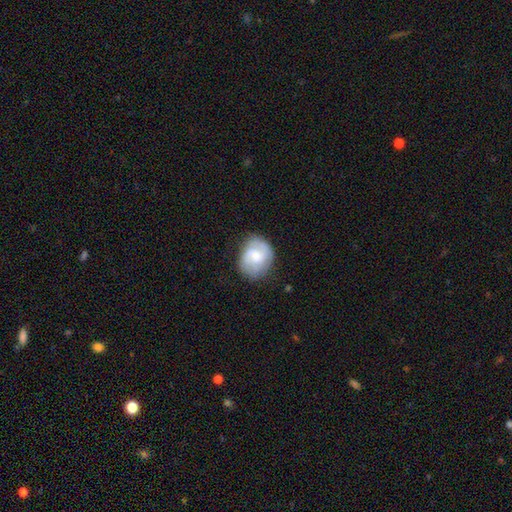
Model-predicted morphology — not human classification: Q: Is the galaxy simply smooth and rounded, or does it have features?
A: featured or disk — 55%.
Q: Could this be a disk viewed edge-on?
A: no — 98%.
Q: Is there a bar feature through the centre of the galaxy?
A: no — 60%.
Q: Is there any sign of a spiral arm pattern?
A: yes — 83%.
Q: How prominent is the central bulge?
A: moderate — 48%.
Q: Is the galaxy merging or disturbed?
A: none — 68%.